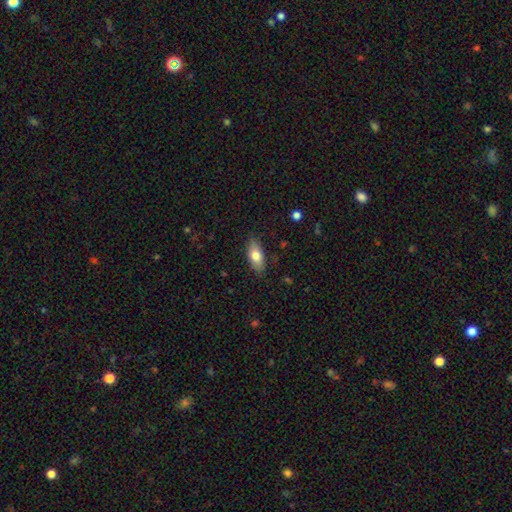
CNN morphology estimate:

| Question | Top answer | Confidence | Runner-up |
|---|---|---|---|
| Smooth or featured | smooth | 76% | featured or disk (17%) |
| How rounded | in between | 85% | cigar-shaped (12%) |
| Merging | none | 84% | minor disturbance (12%) |